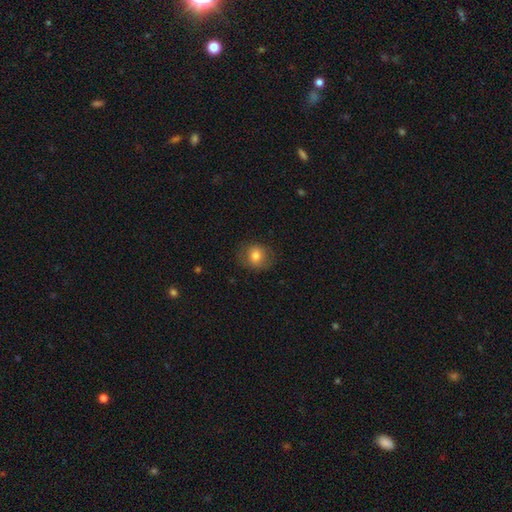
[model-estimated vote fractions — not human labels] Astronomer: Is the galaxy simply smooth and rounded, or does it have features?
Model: smooth — 78%.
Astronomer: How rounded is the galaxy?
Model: round — 73%.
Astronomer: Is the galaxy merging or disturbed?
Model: none — 80%.